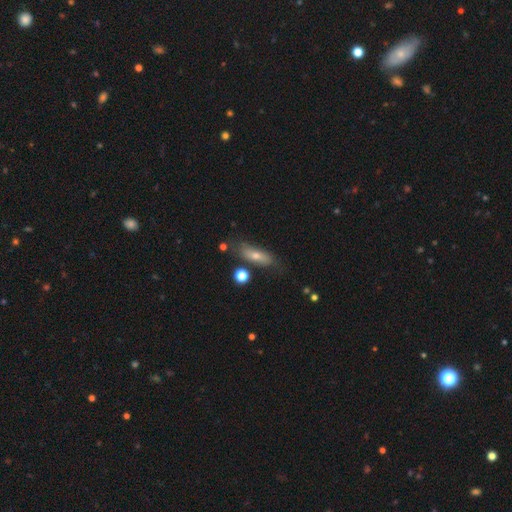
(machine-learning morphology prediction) The model was most divided on "how rounded": cigar-shaped: 49%, in between: 46%, round: 5%. More confident: merging — none (72%); smooth or featured — smooth (55%).